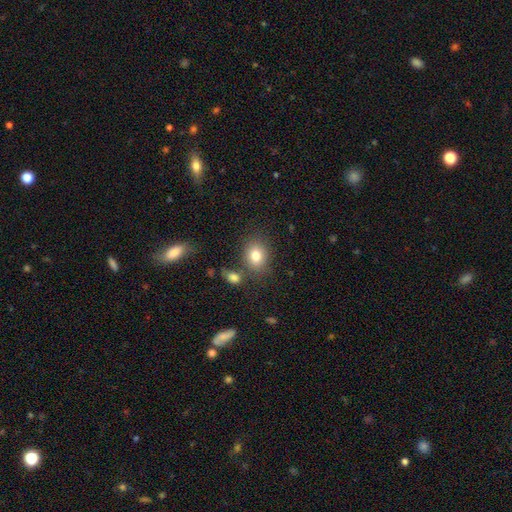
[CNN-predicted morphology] The model was most divided on "how rounded": round: 50%, in between: 49%, cigar-shaped: 1%. More confident: smooth or featured — smooth (80%); merging — none (73%).